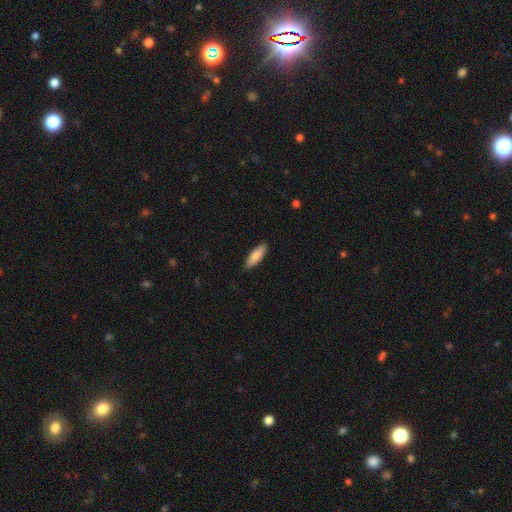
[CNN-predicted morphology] smooth-or-featured: smooth: 85% | featured or disk: 10% | star or artifact: 5%
  how-rounded: in between: 55% | cigar-shaped: 43% | round: 2%
  merging: none: 89% | minor disturbance: 8% | major disturbance: 2% | merger: 1%